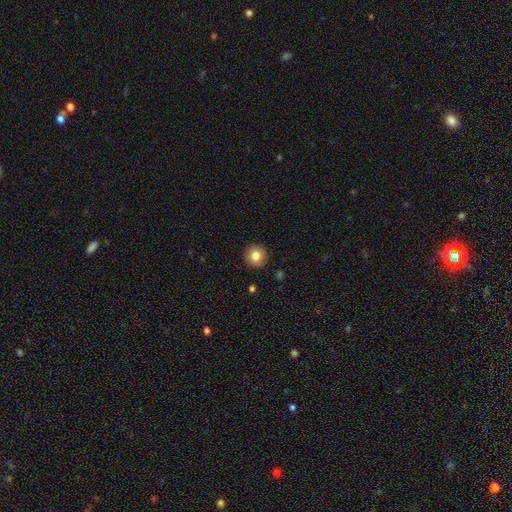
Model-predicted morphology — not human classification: Q: Smooth or featured?
A: smooth (83%); runner-up: star or artifact (9%)
Q: How rounded?
A: round (93%); runner-up: in between (6%)
Q: Merging?
A: none (92%); runner-up: minor disturbance (5%)